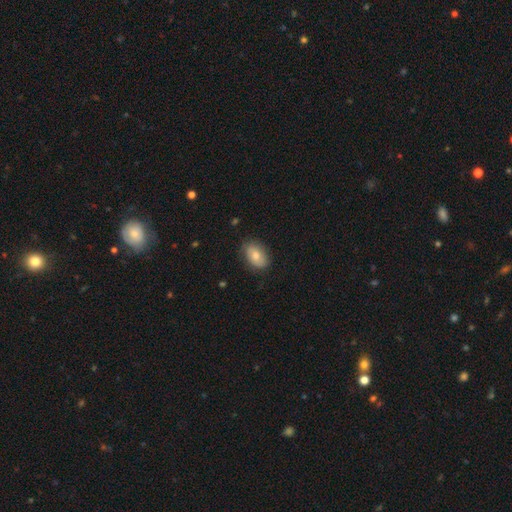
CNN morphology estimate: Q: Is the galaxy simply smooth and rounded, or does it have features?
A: smooth — 71%.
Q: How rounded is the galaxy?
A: in between — 86%.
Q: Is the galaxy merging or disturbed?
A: none — 79%.